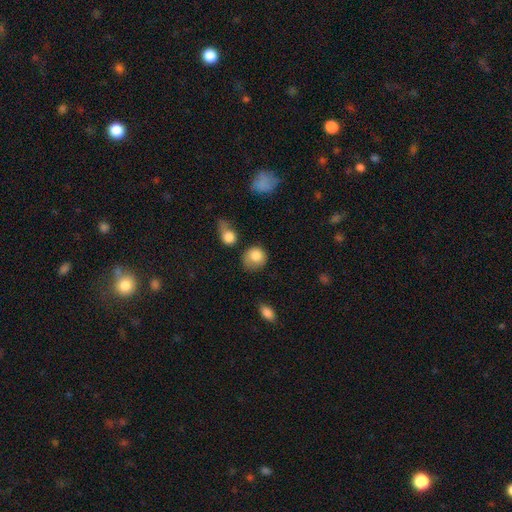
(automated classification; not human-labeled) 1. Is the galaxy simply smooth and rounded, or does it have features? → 82% smooth, 10% featured or disk, 8% star or artifact.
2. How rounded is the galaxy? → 76% round, 23% in between, 1% cigar-shaped.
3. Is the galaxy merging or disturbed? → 50% none, 29% minor disturbance, 14% major disturbance, 8% merger.